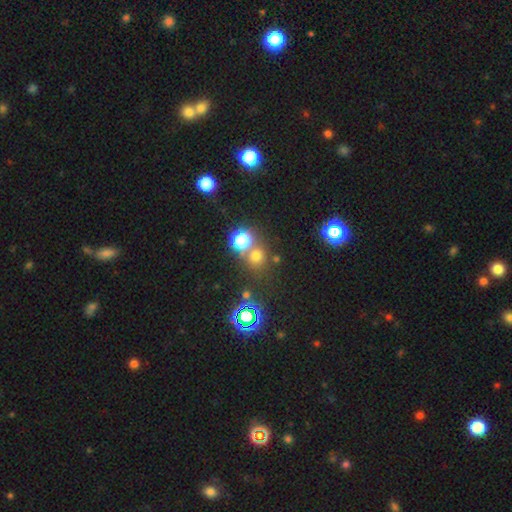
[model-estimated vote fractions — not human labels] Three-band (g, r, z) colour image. It shows a smooth galaxy with no disk features (61%) that is round (87%). Merging: none (62%).